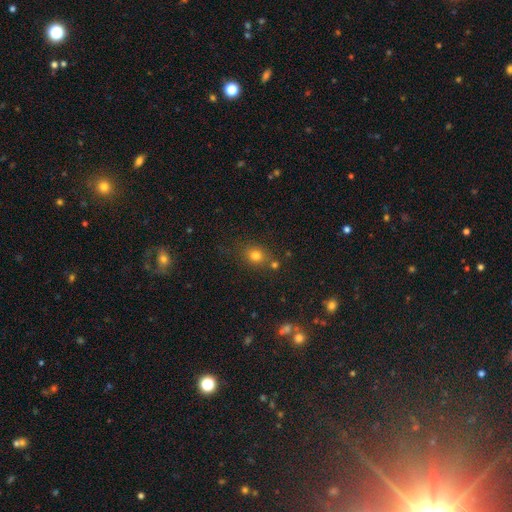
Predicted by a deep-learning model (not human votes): Smooth or featured: smooth — 75% (star or artifact — 16%)
How rounded: round — 70% (in between — 29%)
Merging: none — 71% (minor disturbance — 12%)